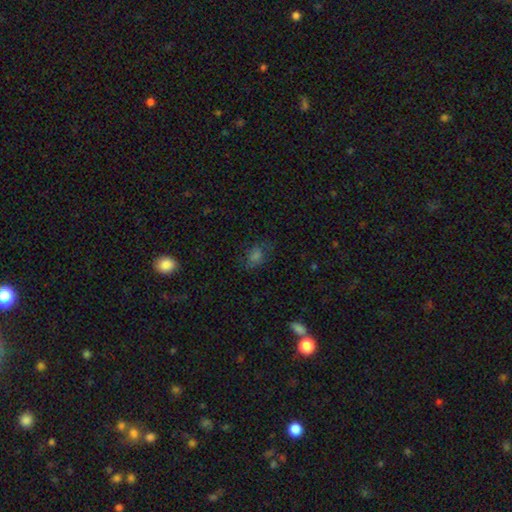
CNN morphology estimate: Smooth or featured? Predicted: smooth (p=0.60). How rounded? Predicted: in between (p=0.64). Merging? Predicted: none (p=0.68).